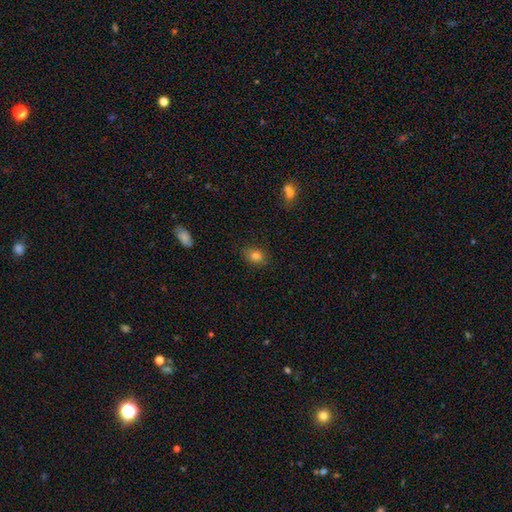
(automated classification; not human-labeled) A smooth galaxy with no disk features (81%) that is in between round and cigar-shaped (60%).

Vote fractions:
- Smooth or featured? smooth: 81% / star or artifact: 12% / featured or disk: 7%
- How rounded? in between: 60% / round: 39% / cigar-shaped: 1%
- Merging? none: 83% / minor disturbance: 12% / major disturbance: 3% / merger: 1%